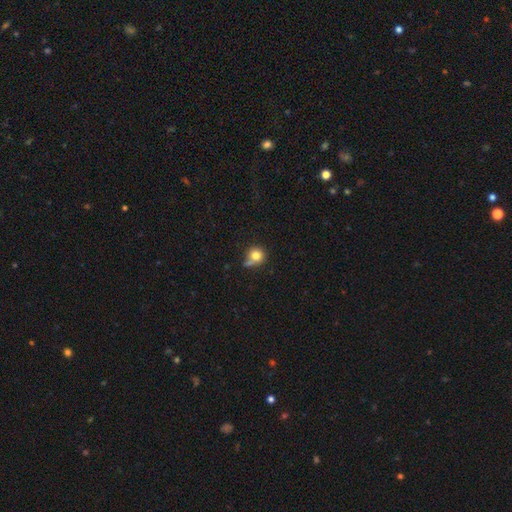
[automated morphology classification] smooth 79%, star or artifact 11%, featured or disk 10%. Down the decision tree: how rounded — round (89%); merging — none (55%).